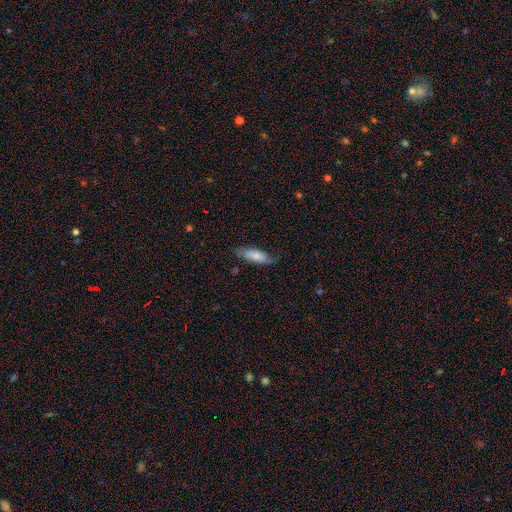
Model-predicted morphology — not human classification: smooth-or-featured: smooth: 68% | featured or disk: 26% | star or artifact: 6%
  how-rounded: in between: 69% | cigar-shaped: 29% | round: 2%
  merging: none: 67% | minor disturbance: 24% | major disturbance: 7% | merger: 2%